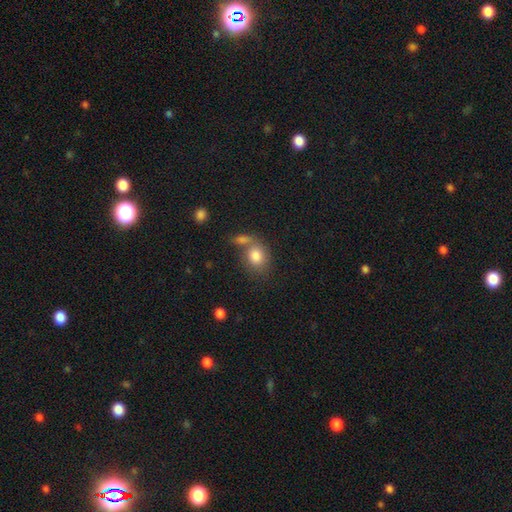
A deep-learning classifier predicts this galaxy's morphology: Smooth or featured? Predicted: smooth (p=0.82). How rounded? Predicted: in between (p=0.52). Merging? Predicted: none (p=0.46).